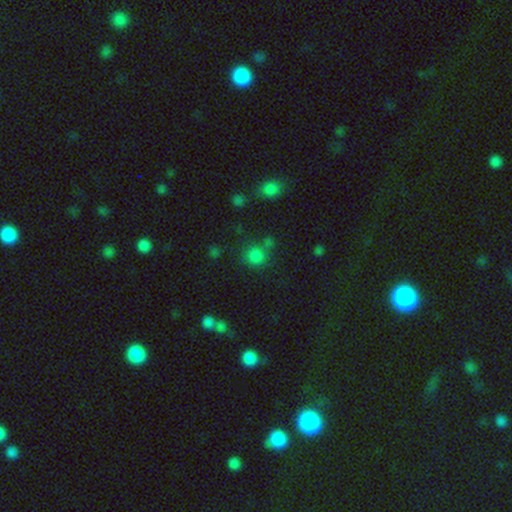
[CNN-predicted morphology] A smooth galaxy with no disk features (78%) that is round (89%). Merging: none (68%).